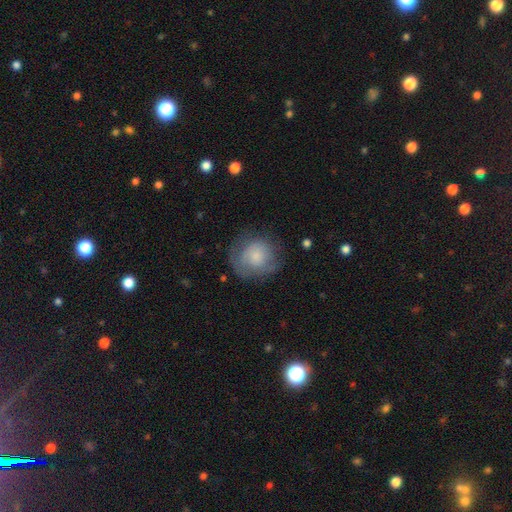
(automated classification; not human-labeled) Smooth or featured?
  - smooth: 60% *
  - featured or disk: 32%
  - star or artifact: 7%
How rounded?
  - round: 85% *
  - in between: 14%
  - cigar-shaped: 1%
Merging?
  - none: 62% *
  - minor disturbance: 23%
  - major disturbance: 14%
  - merger: 1%